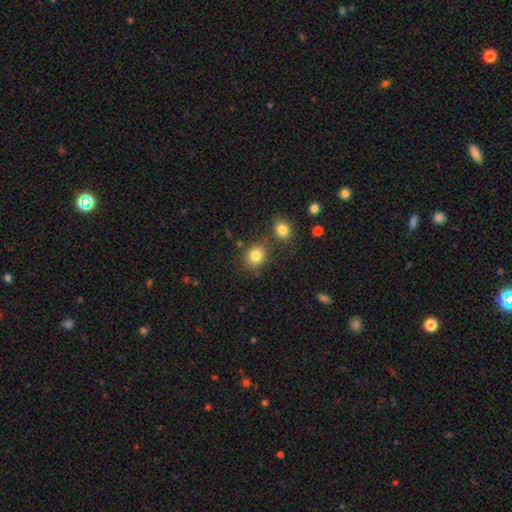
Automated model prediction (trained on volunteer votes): A smooth galaxy with no disk features (83%) that is round (73%). Merging: none (74%).